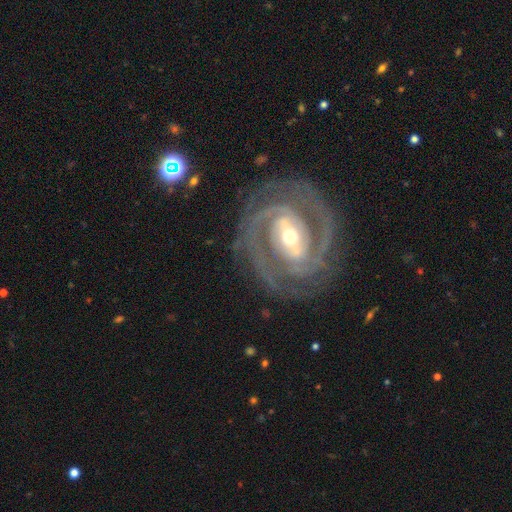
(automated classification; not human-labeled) Morphology: type=featured or disk (91%); edge-on=no (97%); bar=strong (55%); spiral arms=yes (98%); winding=tight (66%); arm count=2 (73%); bulge=moderate (50%); merging=none (81%).